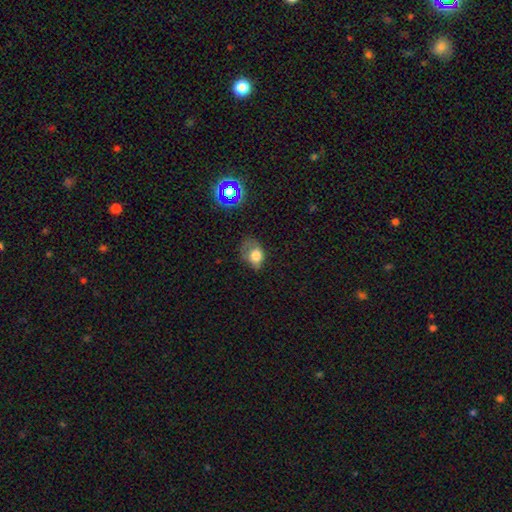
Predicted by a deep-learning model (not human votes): Smooth or featured: smooth — 71% (featured or disk — 18%)
How rounded: in between — 65% (round — 34%)
Merging: minor disturbance — 36% (none — 32%)